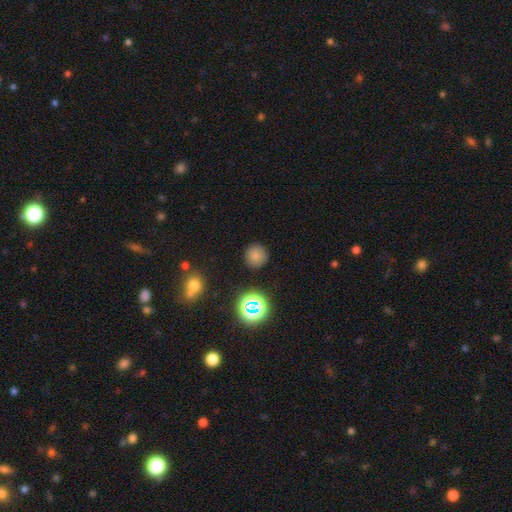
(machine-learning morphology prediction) Q: Smooth or featured?
A: smooth (76%); runner-up: star or artifact (18%)
Q: How rounded?
A: round (92%); runner-up: in between (7%)
Q: Merging?
A: none (88%); runner-up: minor disturbance (7%)